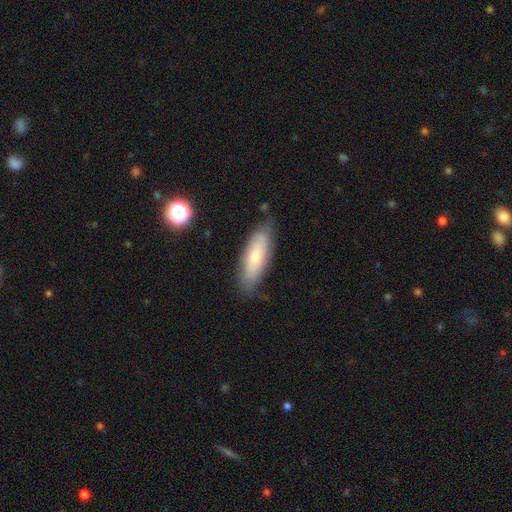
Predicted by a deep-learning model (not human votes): The model was most divided on "how rounded": in between: 57%, cigar-shaped: 41%, round: 2%. More confident: merging — none (75%); smooth or featured — smooth (61%).